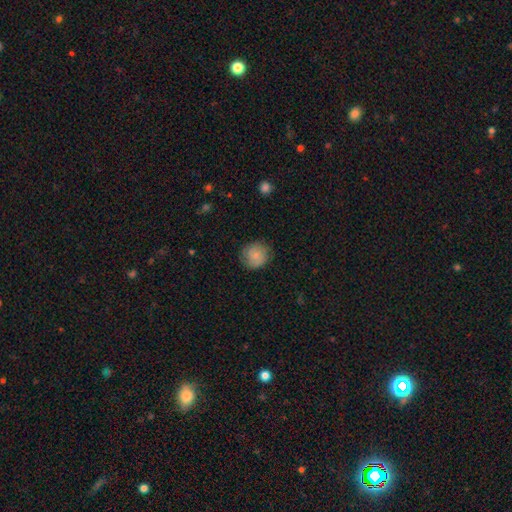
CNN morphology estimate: Q: Smooth or featured?
A: smooth (73%); runner-up: featured or disk (19%)
Q: How rounded?
A: round (87%); runner-up: in between (12%)
Q: Merging?
A: none (78%); runner-up: minor disturbance (17%)